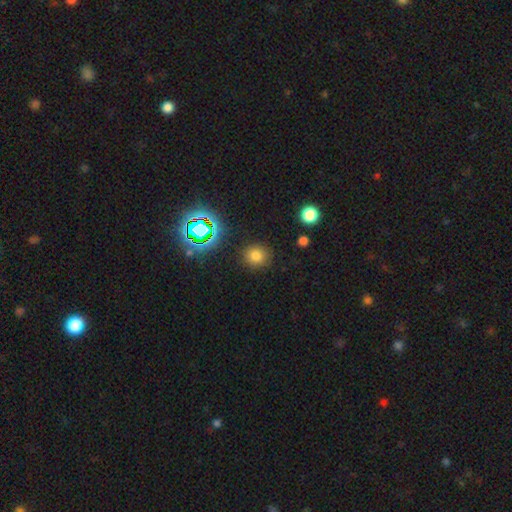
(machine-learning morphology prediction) A smooth galaxy with no disk features (74%) that is round (86%). Merging: none (87%).